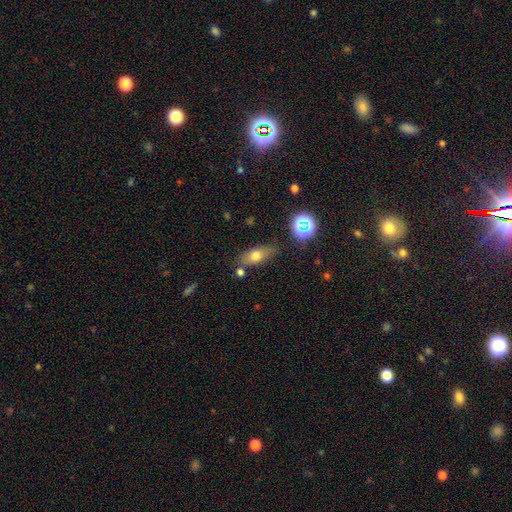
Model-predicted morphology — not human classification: smooth-or-featured: smooth: 67% | featured or disk: 21% | star or artifact: 12%
  how-rounded: in between: 73% | cigar-shaped: 17% | round: 10%
  merging: none: 73% | minor disturbance: 15% | merger: 8% | major disturbance: 4%